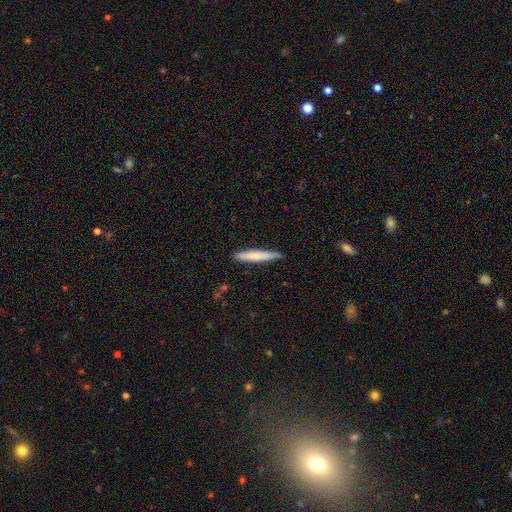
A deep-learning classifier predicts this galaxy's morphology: type=smooth (69%); roundness=cigar-shaped (94%); merging=none (85%).